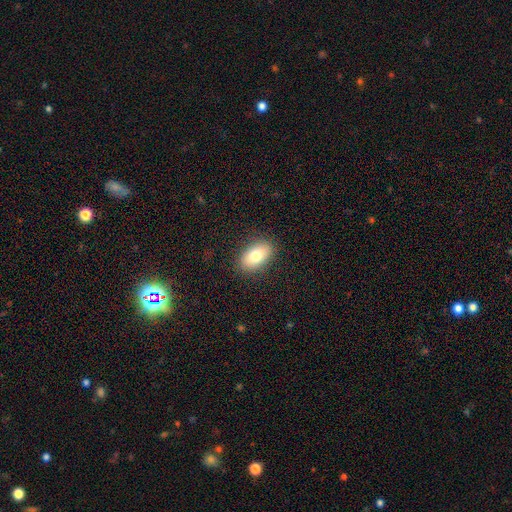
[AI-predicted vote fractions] This is likely a smooth galaxy (77%). How rounded: clearly in between (91%). Merging: clearly none (87%).